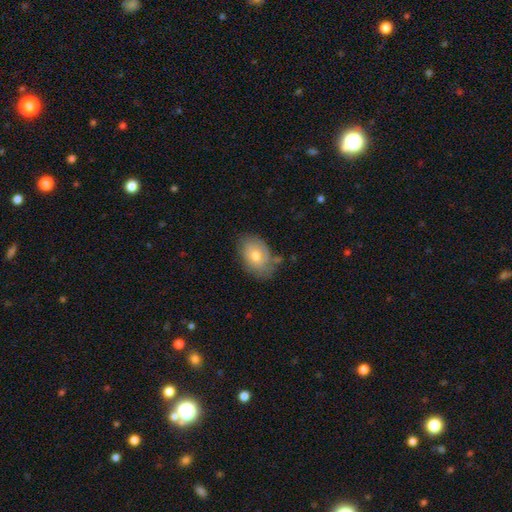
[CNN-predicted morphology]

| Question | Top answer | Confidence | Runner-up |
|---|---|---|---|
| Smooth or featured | smooth | 65% | featured or disk (27%) |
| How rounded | in between | 83% | round (16%) |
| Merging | none | 66% | minor disturbance (25%) |